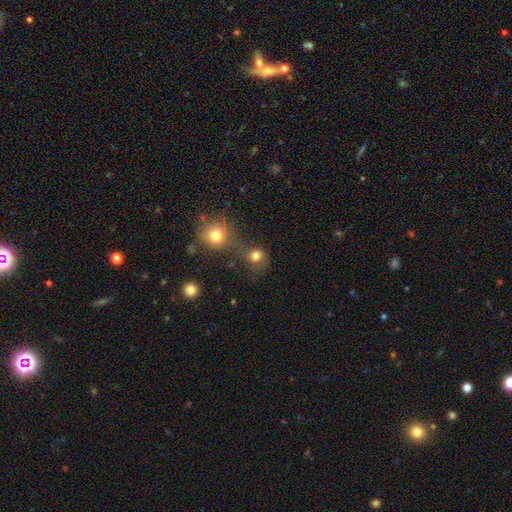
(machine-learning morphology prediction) Smooth or featured: smooth — 78% (star or artifact — 14%)
How rounded: round — 83% (in between — 16%)
Merging: none — 47% (merger — 32%)